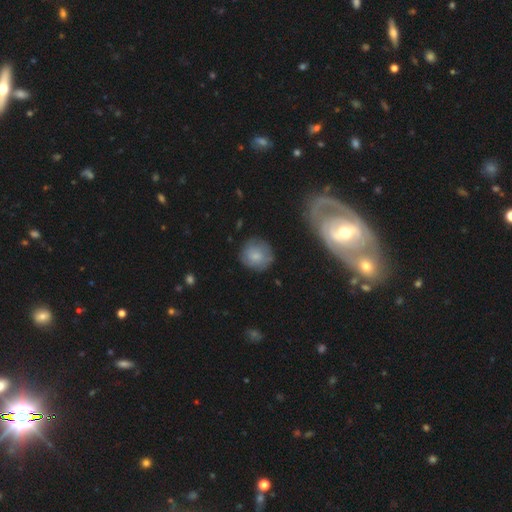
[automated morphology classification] smooth_or_featured: smooth (p=0.73) [alt: featured or disk p=0.19]
how_rounded: round (p=0.85) [alt: in between p=0.14]
merging: none (p=0.76) [alt: minor disturbance p=0.17]